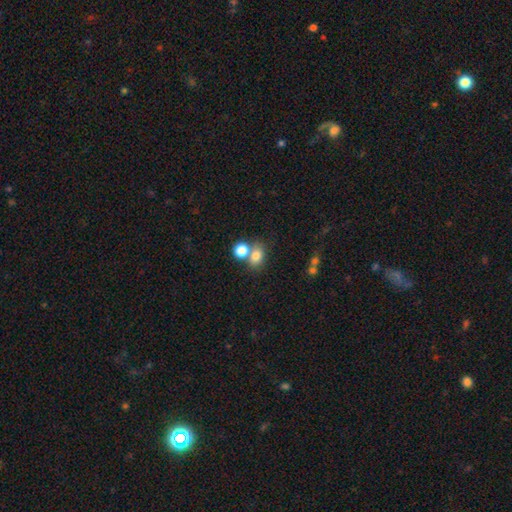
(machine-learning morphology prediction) smooth_or_featured: smooth (p=0.79) [alt: star or artifact p=0.12]
how_rounded: in between (p=0.56) [alt: round p=0.42]
merging: none (p=0.49) [alt: merger p=0.37]